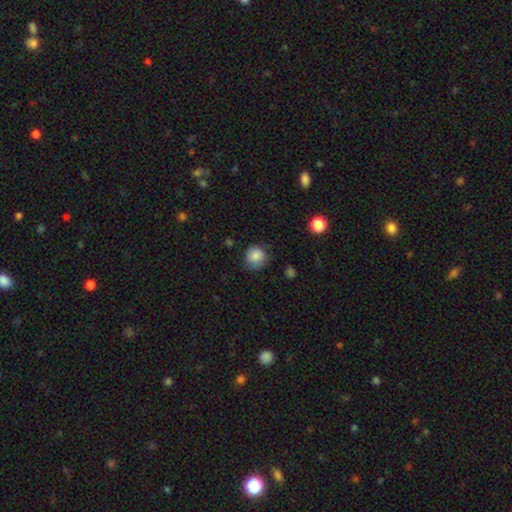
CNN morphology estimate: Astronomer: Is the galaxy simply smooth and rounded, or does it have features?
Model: smooth — 86%.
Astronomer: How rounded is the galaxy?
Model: round — 89%.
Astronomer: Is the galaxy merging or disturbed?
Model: none — 73%.